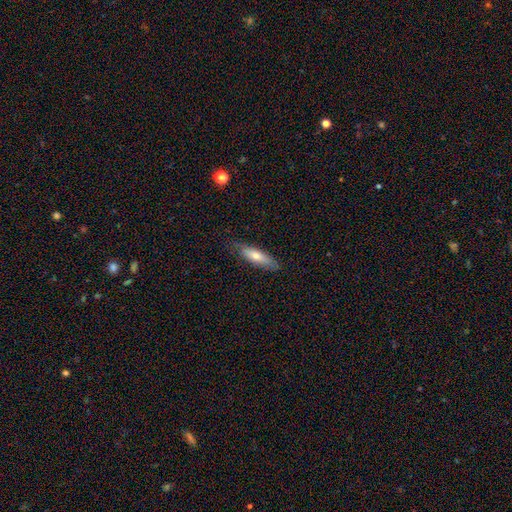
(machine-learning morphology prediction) This appears to be a smooth galaxy with no disk features (64%) that is cigar-shaped (62%). Merging: none (79%).